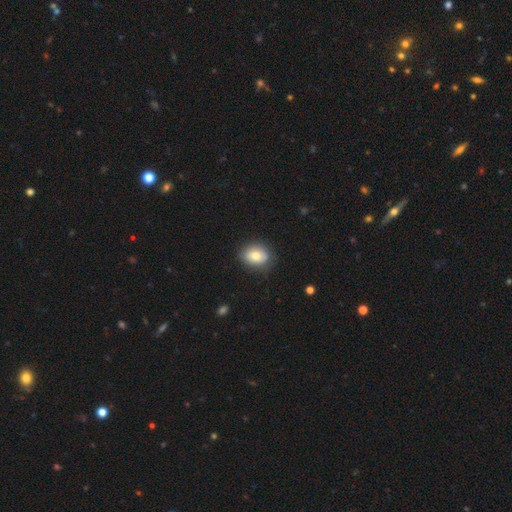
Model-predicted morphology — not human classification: The model was most divided on "how rounded": in between: 54%, round: 45%, cigar-shaped: 1%. More confident: merging — none (79%); smooth or featured — smooth (74%).